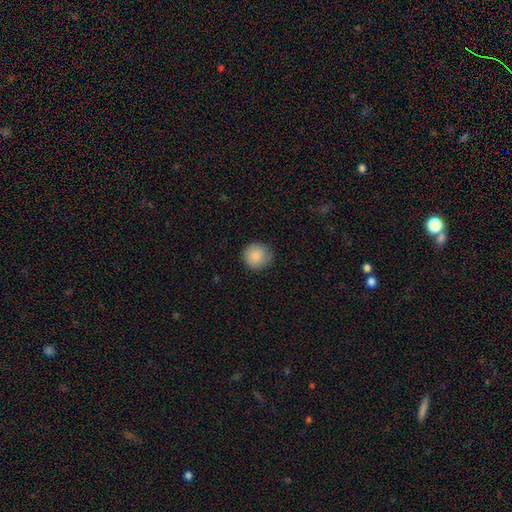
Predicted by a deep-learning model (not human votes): smooth-or-featured: smooth: 84% | featured or disk: 8% | star or artifact: 7%
  how-rounded: round: 93% | in between: 6% | cigar-shaped: 1%
  merging: none: 81% | minor disturbance: 16% | major disturbance: 3% | merger: 1%